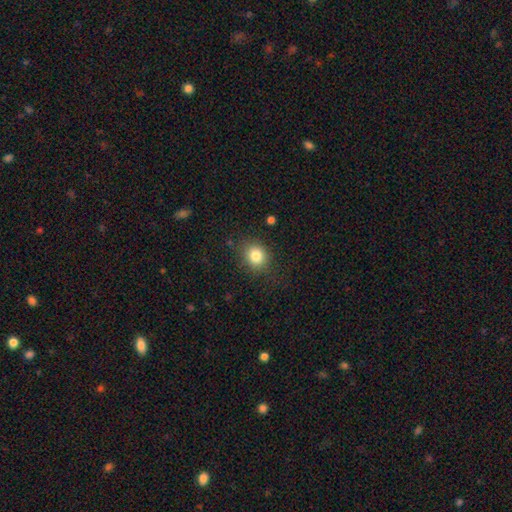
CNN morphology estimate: Overall: smooth (82%). How rounded: round (71%). Merging: none (84%).